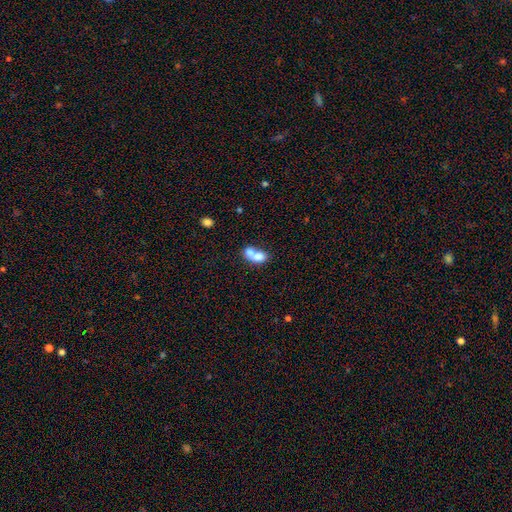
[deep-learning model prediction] smooth 70%, featured or disk 21%, star or artifact 9%. Down the decision tree: how rounded — in between (70%); merging — merger (71%).